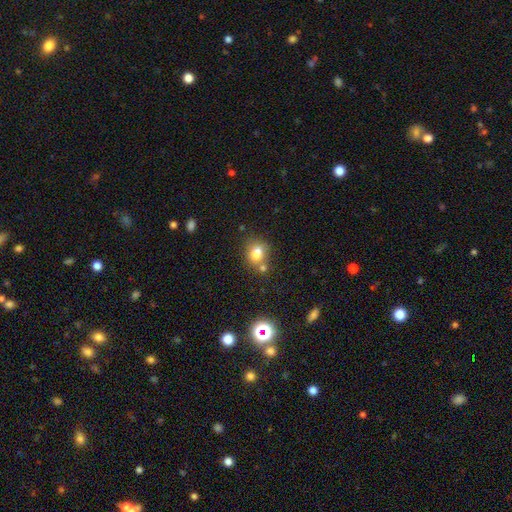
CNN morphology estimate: A smooth galaxy with no disk features (76%) that is in between round and cigar-shaped (50%). Merging: none (49%).